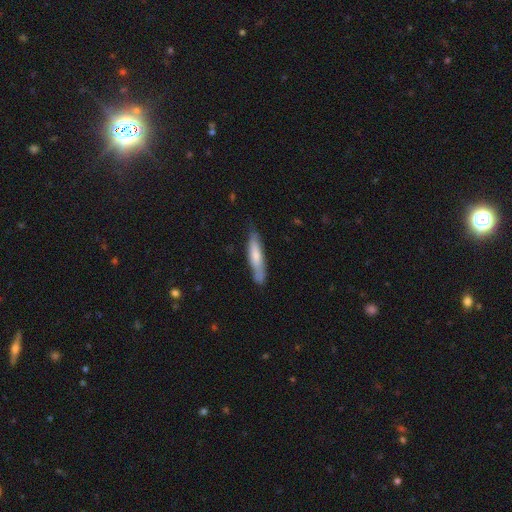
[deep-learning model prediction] Smooth or featured? smooth (64%)
How rounded? cigar-shaped (84%)
Merging? none (71%)